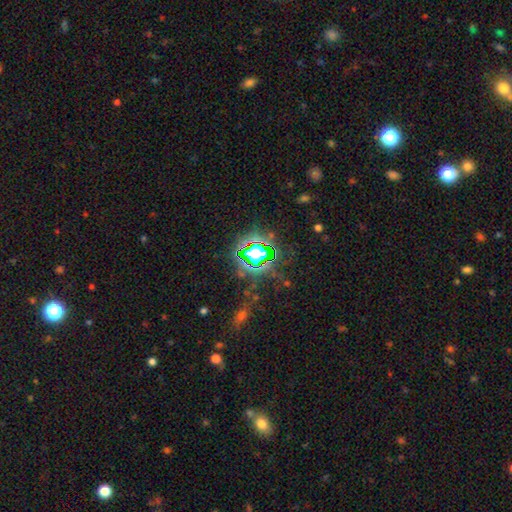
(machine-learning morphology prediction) Q: Smooth or featured?
A: star or artifact (74%); runner-up: smooth (16%)